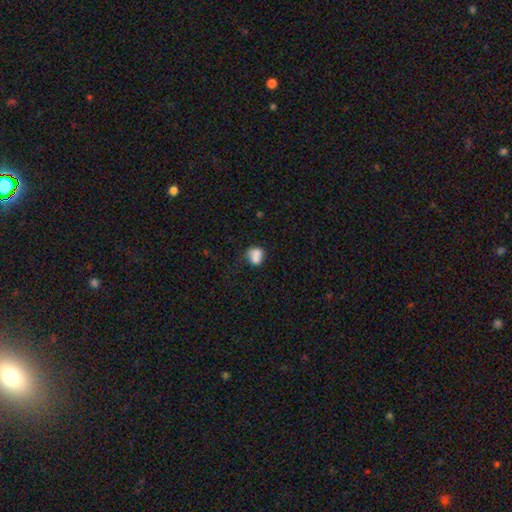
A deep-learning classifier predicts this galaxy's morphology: The model was most divided on "merging": merger: 46%, none: 33%, minor disturbance: 14%, major disturbance: 7%. More confident: smooth or featured — smooth (75%); how rounded — round (58%).